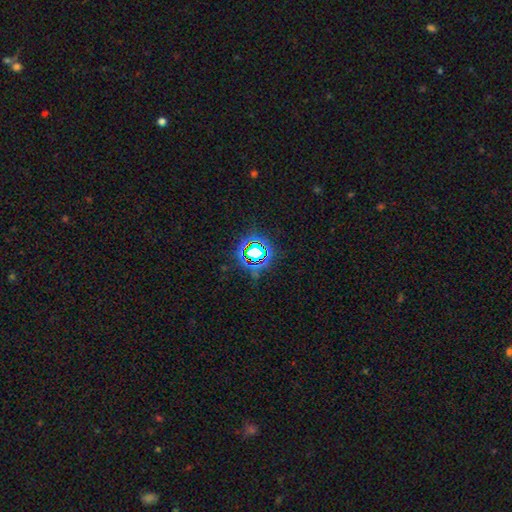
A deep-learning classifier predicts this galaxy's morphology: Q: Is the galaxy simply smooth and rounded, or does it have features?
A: star or artifact — 71%.